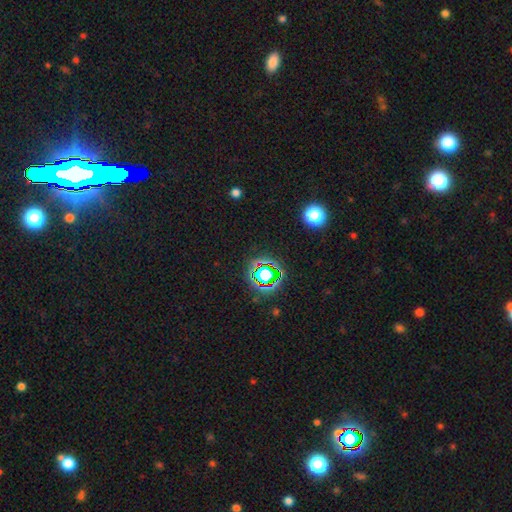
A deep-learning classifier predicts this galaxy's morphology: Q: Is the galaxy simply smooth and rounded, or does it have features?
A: star or artifact — 77%.